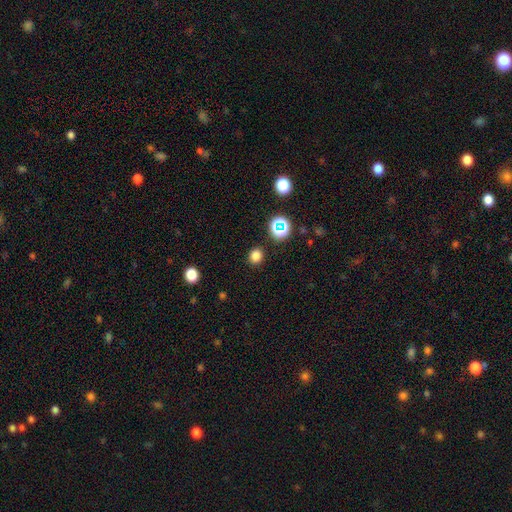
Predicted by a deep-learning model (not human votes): Overall: smooth (79%). How rounded: round (77%). Merging: none (89%).